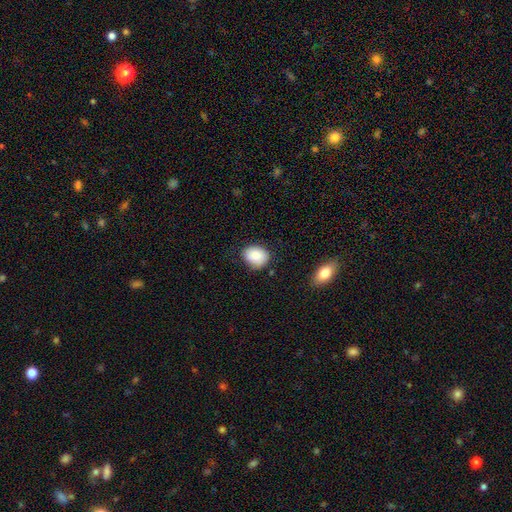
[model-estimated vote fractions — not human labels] Smooth or featured?
  - smooth: 88% *
  - star or artifact: 8%
  - featured or disk: 5%
How rounded?
  - in between: 54% *
  - round: 45%
  - cigar-shaped: 1%
Merging?
  - none: 73% *
  - minor disturbance: 21%
  - major disturbance: 5%
  - merger: 2%